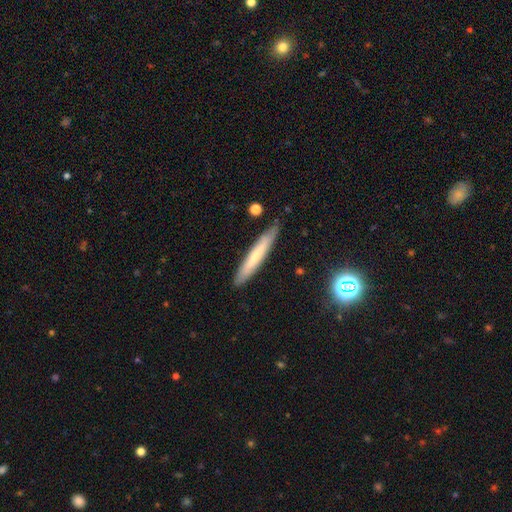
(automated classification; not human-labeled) Smooth or featured? Predicted: smooth (p=0.57). How rounded? Predicted: cigar-shaped (p=0.94). Merging? Predicted: none (p=0.88).